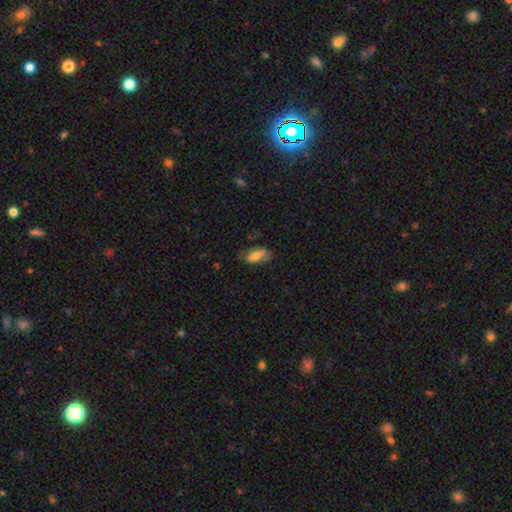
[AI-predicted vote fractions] Morphology: type=smooth (66%); roundness=in between (81%); merging=none (58%).